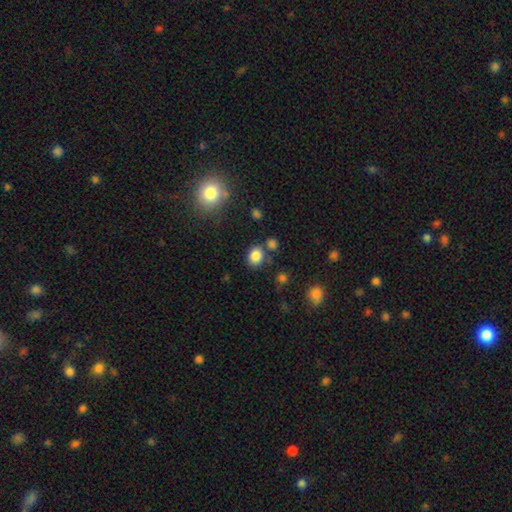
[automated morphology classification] Smooth or featured?
  - smooth: 84% *
  - star or artifact: 11%
  - featured or disk: 5%
How rounded?
  - round: 54% *
  - in between: 45%
  - cigar-shaped: 1%
Merging?
  - none: 74% *
  - minor disturbance: 13%
  - merger: 9%
  - major disturbance: 4%